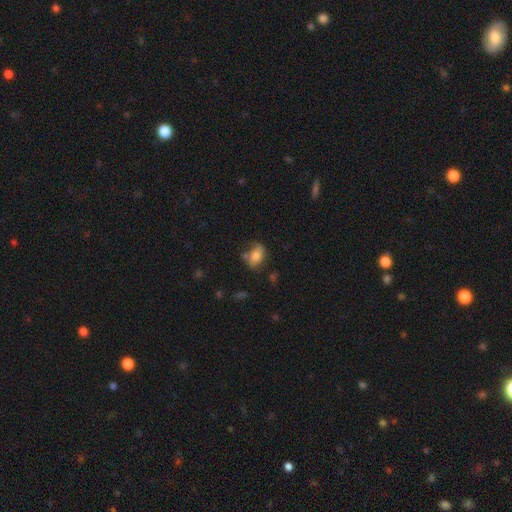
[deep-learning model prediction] A smooth galaxy with no disk features (71%) that is in between round and cigar-shaped (81%).

Vote fractions:
- Smooth or featured? smooth: 71% / featured or disk: 19% / star or artifact: 9%
- How rounded? in between: 81% / round: 16% / cigar-shaped: 3%
- Merging? none: 54% / minor disturbance: 25% / merger: 12% / major disturbance: 9%